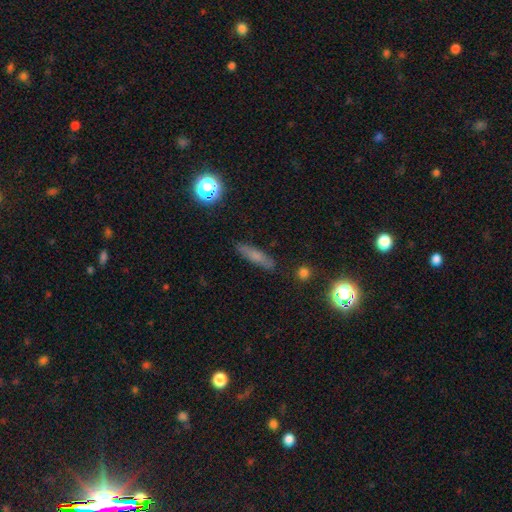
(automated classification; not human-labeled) Q: Smooth or featured?
A: smooth (66%); runner-up: featured or disk (22%)
Q: How rounded?
A: cigar-shaped (75%); runner-up: in between (21%)
Q: Merging?
A: none (86%); runner-up: minor disturbance (10%)